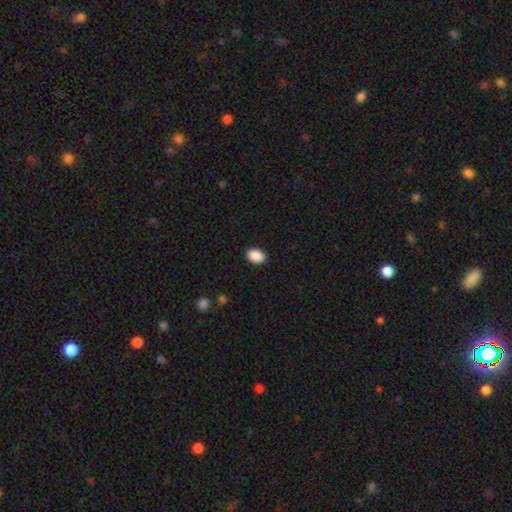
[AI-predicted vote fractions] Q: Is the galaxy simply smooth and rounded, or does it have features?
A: smooth — 90%.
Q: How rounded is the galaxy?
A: in between — 84%.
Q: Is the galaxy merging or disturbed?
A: none — 90%.